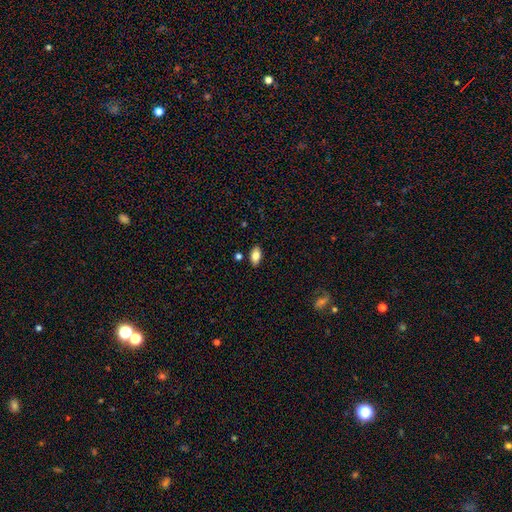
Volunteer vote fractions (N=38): Volunteers were most divided on "smooth or featured": smooth: 87%, star or artifact: 8%, featured or disk: 5%. More confident: merging — none (91%); how rounded — in between (91%).